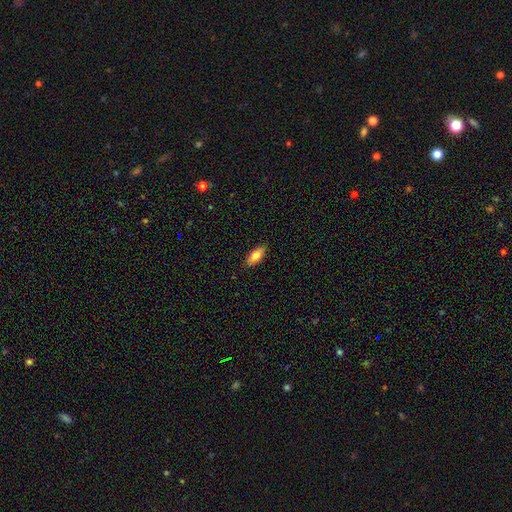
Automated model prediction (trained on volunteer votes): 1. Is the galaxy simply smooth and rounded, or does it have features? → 77% smooth, 16% featured or disk, 7% star or artifact.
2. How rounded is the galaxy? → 81% in between, 16% cigar-shaped, 2% round.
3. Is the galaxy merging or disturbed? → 88% none, 9% minor disturbance, 2% major disturbance, 1% merger.